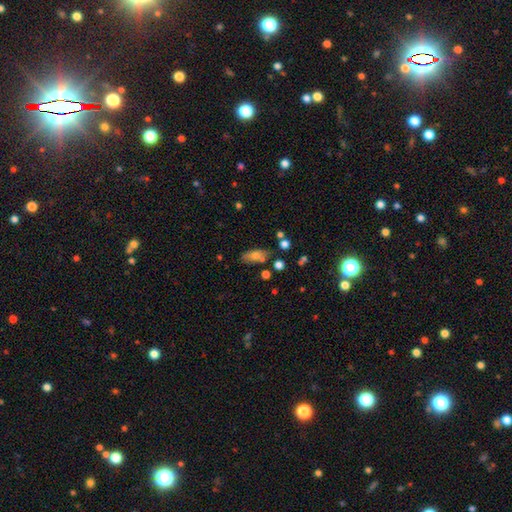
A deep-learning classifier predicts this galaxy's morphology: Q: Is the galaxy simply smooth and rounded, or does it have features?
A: smooth — 69%.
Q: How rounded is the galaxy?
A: in between — 79%.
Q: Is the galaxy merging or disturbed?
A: none — 69%.